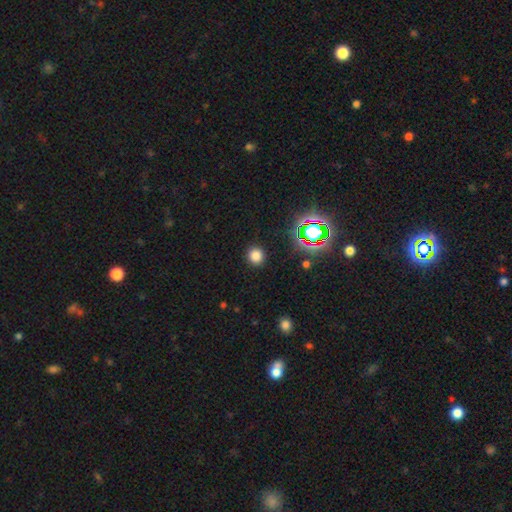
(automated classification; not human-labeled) A smooth galaxy with no disk features (77%) that is round (90%).

Vote fractions:
- Smooth or featured? smooth: 77% / star or artifact: 19% / featured or disk: 5%
- How rounded? round: 90% / in between: 9% / cigar-shaped: 1%
- Merging? none: 90% / minor disturbance: 6% / major disturbance: 2% / merger: 1%